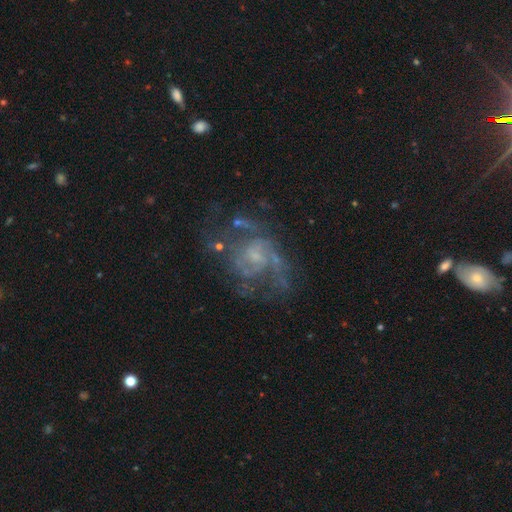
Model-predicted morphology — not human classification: A featured or disk galaxy (77%) with no bar (65%), 2 (39%) medium (45%) spiral arms (79%) and a small central bulge (53%). Merging: none (52%).